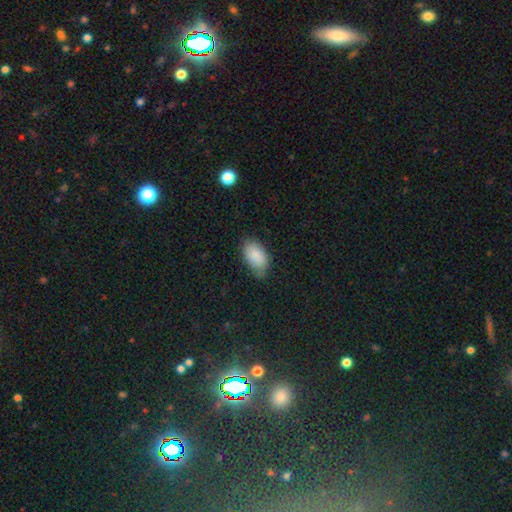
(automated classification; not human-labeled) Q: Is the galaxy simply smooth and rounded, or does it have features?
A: smooth — 87%.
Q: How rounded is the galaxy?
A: in between — 94%.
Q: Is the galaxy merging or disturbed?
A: none — 63%.